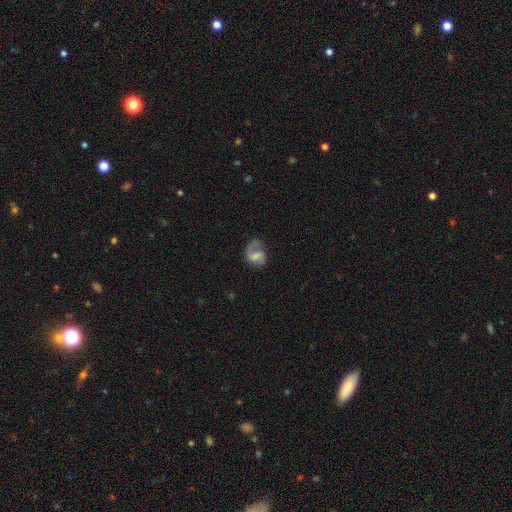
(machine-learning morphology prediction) This appears to be a featured or disk galaxy (56%) with a weak bar (44%), spiral arms (82%) and no central bulge (32%, tied with small). Merging: none (42%).